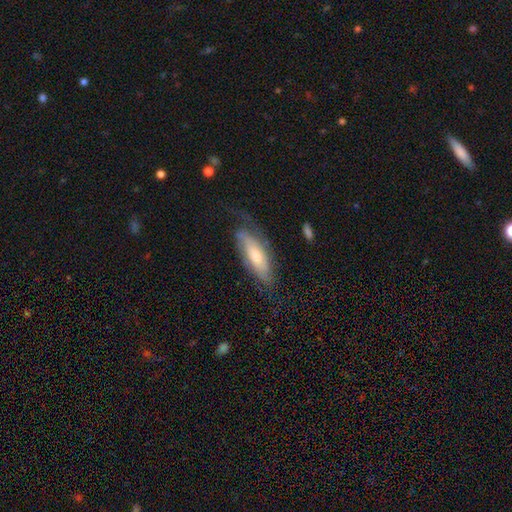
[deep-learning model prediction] Morphology: type=featured or disk (55%); edge-on=no (72%); merging=none (56%).